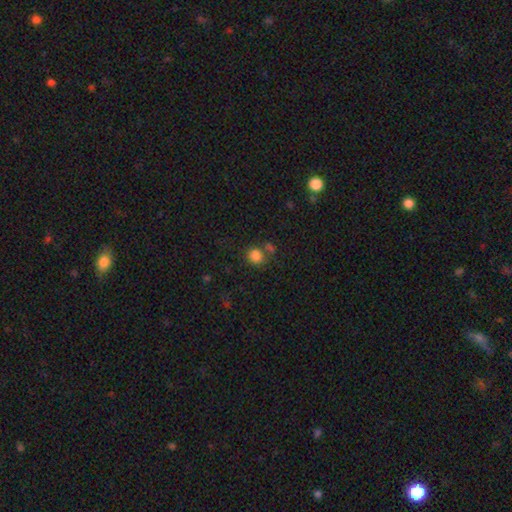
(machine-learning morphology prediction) A smooth galaxy with no disk features (82%) that is round (74%).

Vote fractions:
- Smooth or featured? smooth: 82% / star or artifact: 13% / featured or disk: 6%
- How rounded? round: 74% / in between: 25% / cigar-shaped: 1%
- Merging? none: 59% / merger: 21% / minor disturbance: 14% / major disturbance: 7%